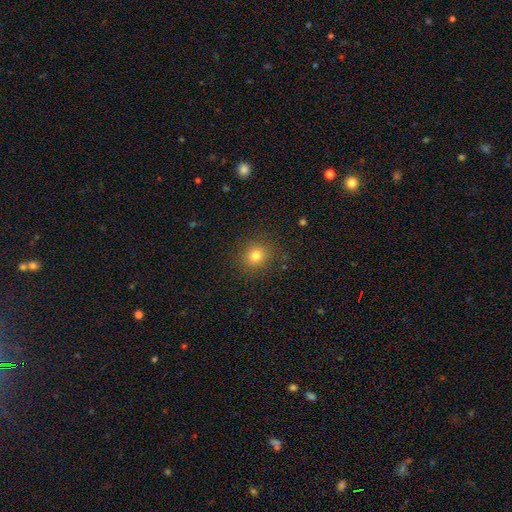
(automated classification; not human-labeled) A smooth galaxy with no disk features (79%) that is round (84%). Merging: none (88%).